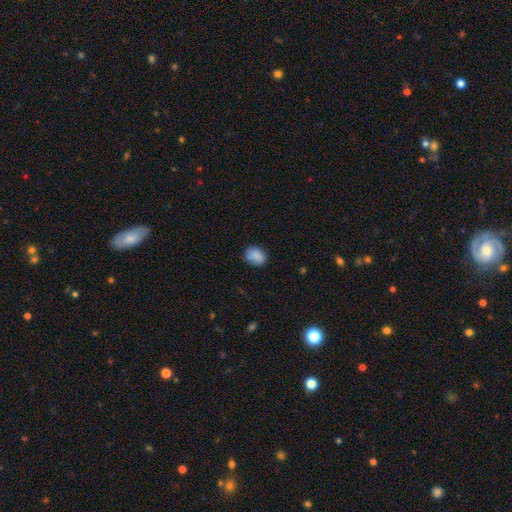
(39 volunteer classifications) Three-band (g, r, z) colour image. It shows a smooth galaxy with no disk features (79%) that is in between round and cigar-shaped (52%). Merging: none (94%).